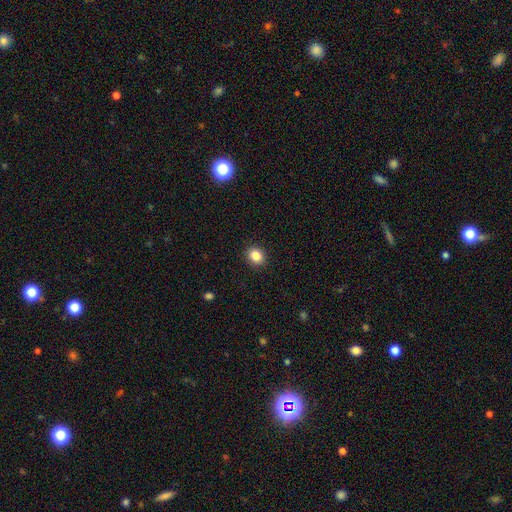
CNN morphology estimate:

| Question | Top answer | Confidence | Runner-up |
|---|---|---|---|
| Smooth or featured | smooth | 85% | star or artifact (10%) |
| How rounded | round | 64% | in between (35%) |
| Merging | none | 91% | minor disturbance (6%) |